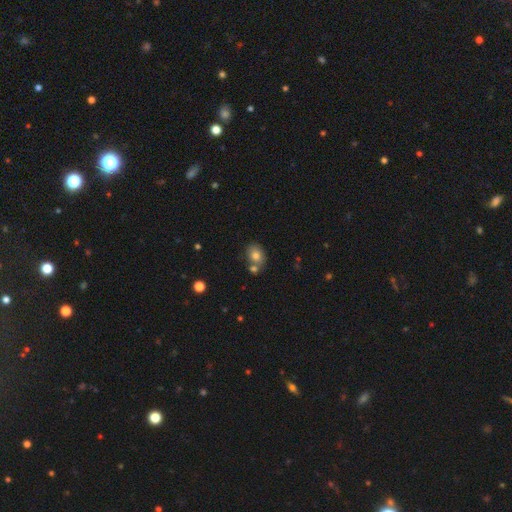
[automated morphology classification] A smooth galaxy with no disk features (78%) that is in between round and cigar-shaped (62%).

Vote fractions:
- Smooth or featured? smooth: 78% / featured or disk: 12% / star or artifact: 10%
- How rounded? in between: 62% / round: 37% / cigar-shaped: 1%
- Merging? none: 60% / merger: 23% / minor disturbance: 13% / major disturbance: 4%